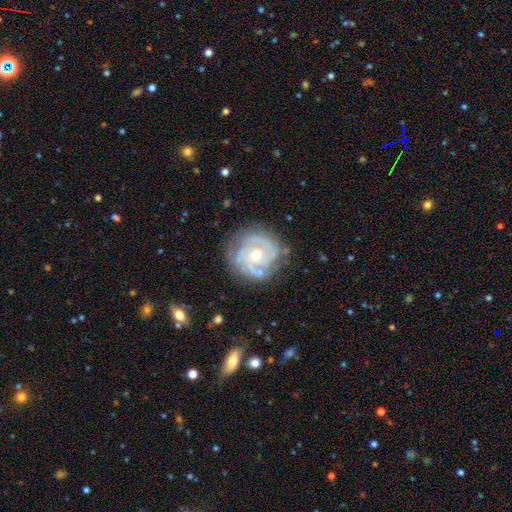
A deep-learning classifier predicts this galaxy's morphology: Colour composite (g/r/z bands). It shows a featured or disk galaxy (87%) with no bar (70%), 2 (35%) tight (66%) spiral arms (95%) and a moderate central bulge (56%). Merging: none (77%).